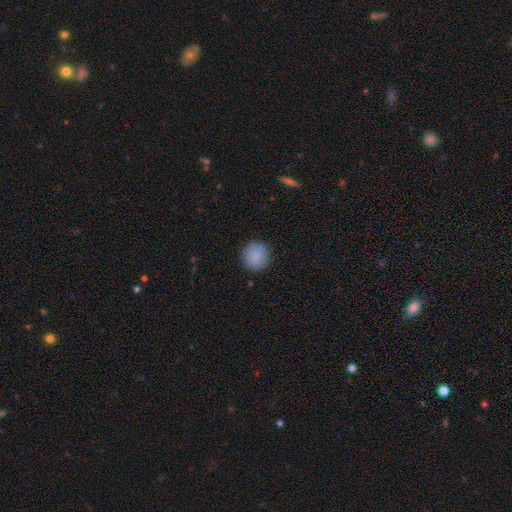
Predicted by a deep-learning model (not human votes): This appears to be a smooth galaxy with no disk features (84%) that is round (93%). Merging: none (85%).